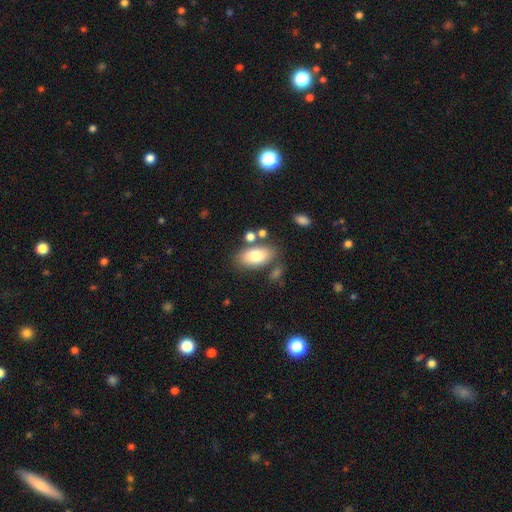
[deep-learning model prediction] Q: Smooth or featured?
A: smooth (80%); runner-up: featured or disk (13%)
Q: How rounded?
A: in between (93%); runner-up: round (4%)
Q: Merging?
A: none (71%); runner-up: minor disturbance (14%)